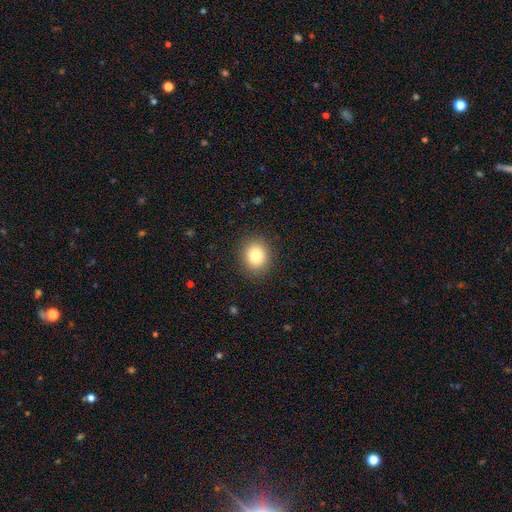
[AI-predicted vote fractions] smooth-or-featured: smooth: 83% | star or artifact: 10% | featured or disk: 7%
  how-rounded: round: 70% | in between: 29% | cigar-shaped: 1%
  merging: none: 89% | minor disturbance: 7% | major disturbance: 3% | merger: 1%